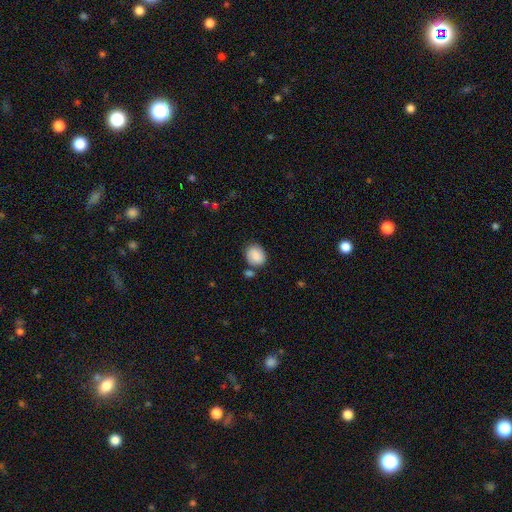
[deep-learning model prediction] Smooth or featured?
  - smooth: 85% *
  - featured or disk: 8%
  - star or artifact: 7%
How rounded?
  - round: 56% *
  - in between: 43%
  - cigar-shaped: 1%
Merging?
  - none: 68% *
  - minor disturbance: 16%
  - merger: 12%
  - major disturbance: 4%